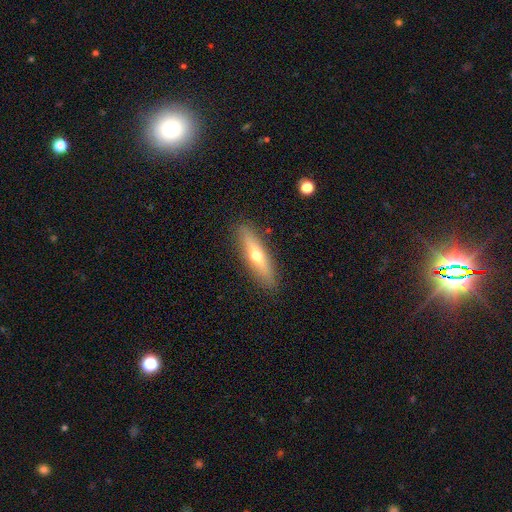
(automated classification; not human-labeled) Smooth or featured: smooth — 51% (featured or disk — 42%)
How rounded: cigar-shaped — 73% (in between — 25%)
Merging: none — 88% (minor disturbance — 8%)